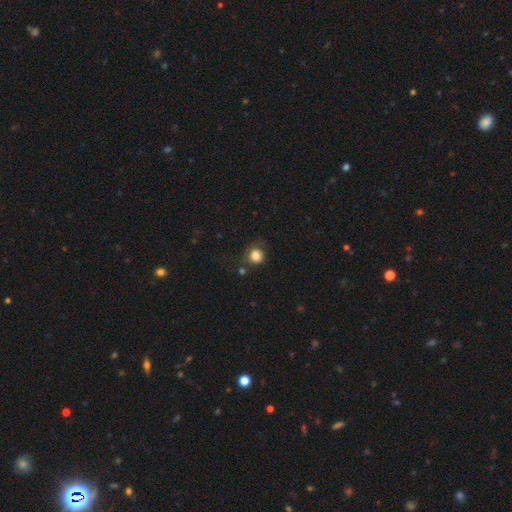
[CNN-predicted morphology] This is clearly a smooth galaxy (83%). How rounded: clearly round (87%). Merging: likely none (72%).